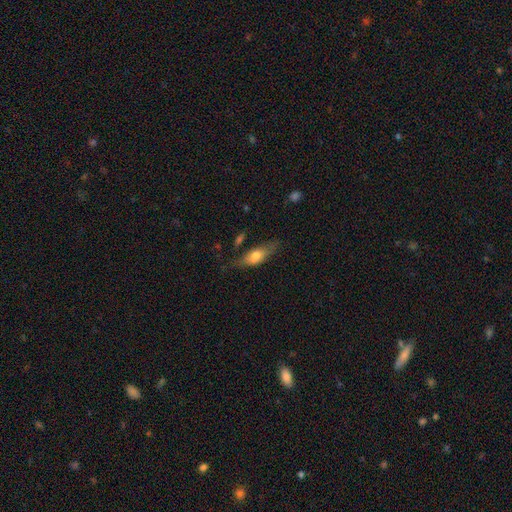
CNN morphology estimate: smooth_or_featured: smooth (p=0.66) [alt: featured or disk p=0.27]
how_rounded: in between (p=0.69) [alt: cigar-shaped p=0.27]
merging: none (p=0.57) [alt: minor disturbance p=0.28]